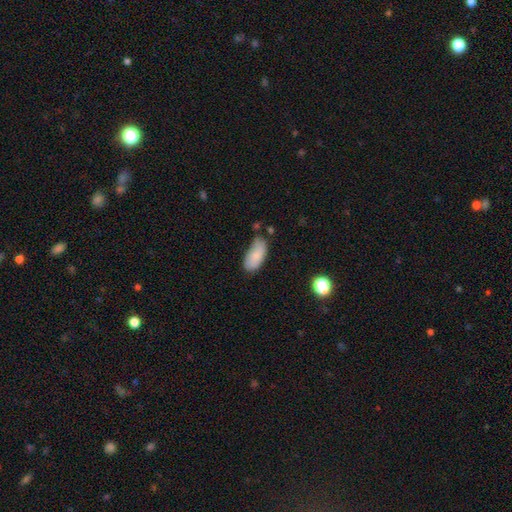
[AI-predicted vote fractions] Overall: smooth (84%). How rounded: in between (91%). Merging: none (53%; minor disturbance 33%).